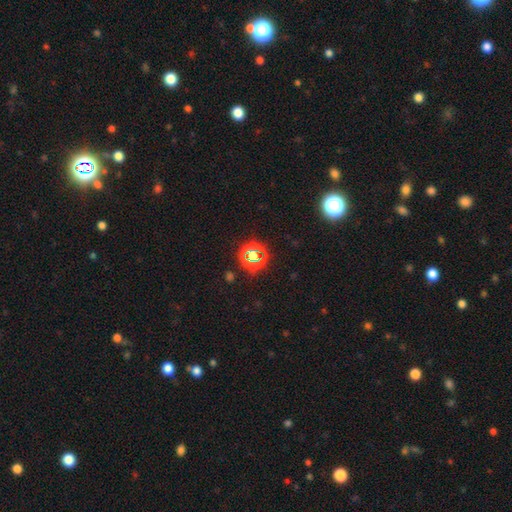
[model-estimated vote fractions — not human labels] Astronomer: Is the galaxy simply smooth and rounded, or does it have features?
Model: star or artifact — 68%.